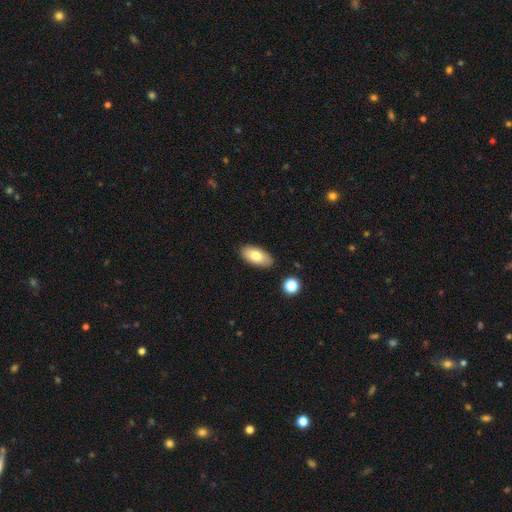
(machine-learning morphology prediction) Overall: smooth (78%). How rounded: in between (93%). Merging: none (87%).